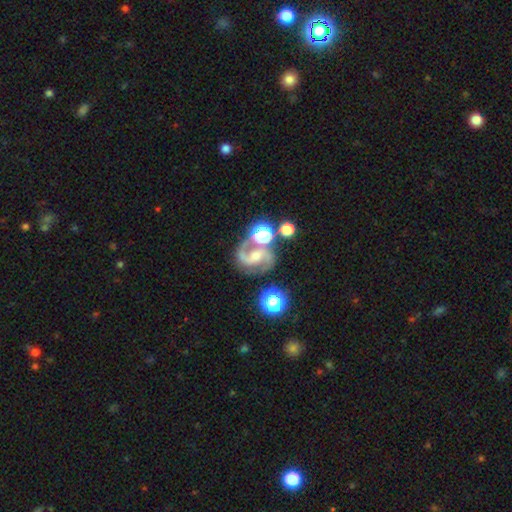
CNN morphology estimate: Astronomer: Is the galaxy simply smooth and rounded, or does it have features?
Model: featured or disk — 86%.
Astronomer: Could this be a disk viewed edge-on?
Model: no — 98%.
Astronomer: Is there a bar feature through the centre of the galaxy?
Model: weak — 44% (runner-up: no, 34%).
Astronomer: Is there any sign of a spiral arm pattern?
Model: yes — 98%.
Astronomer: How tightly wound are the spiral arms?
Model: medium — 63%.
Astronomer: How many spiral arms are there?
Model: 2 — 93%.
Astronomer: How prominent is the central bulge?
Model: moderate — 47% (runner-up: small, 40%).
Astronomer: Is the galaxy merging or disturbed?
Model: none — 63%.